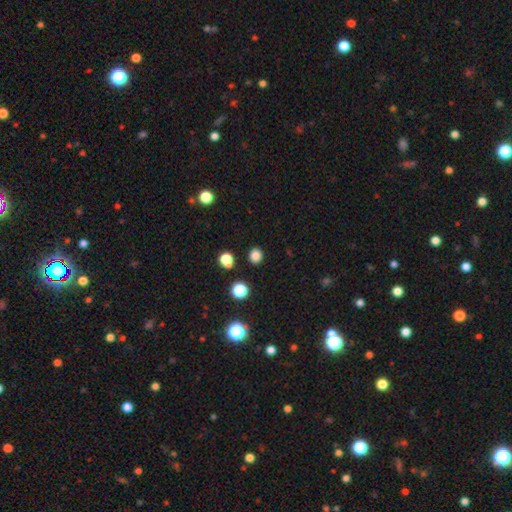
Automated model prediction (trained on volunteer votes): Morphology: type=smooth (82%); roundness=round (81%); merging=none (89%).